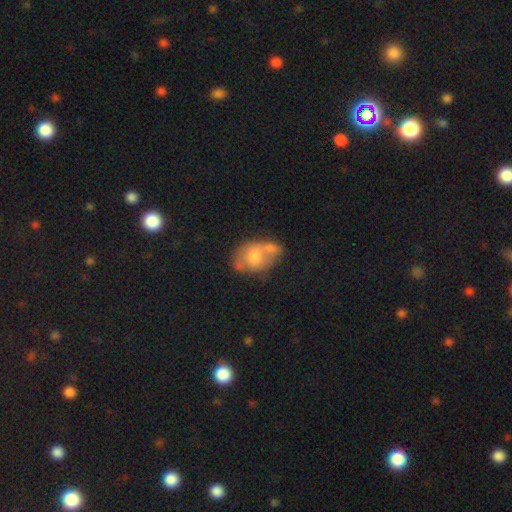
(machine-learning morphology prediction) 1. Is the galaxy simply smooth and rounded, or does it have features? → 60% smooth, 32% featured or disk, 8% star or artifact.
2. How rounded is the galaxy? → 76% in between, 23% round, 2% cigar-shaped.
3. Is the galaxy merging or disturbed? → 47% merger, 28% none, 17% minor disturbance, 8% major disturbance.